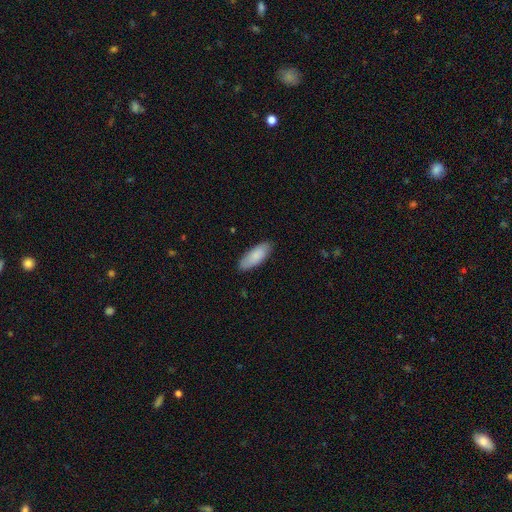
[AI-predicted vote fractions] Morphology: type=smooth (85%); roundness=in between (76%); merging=none (86%).